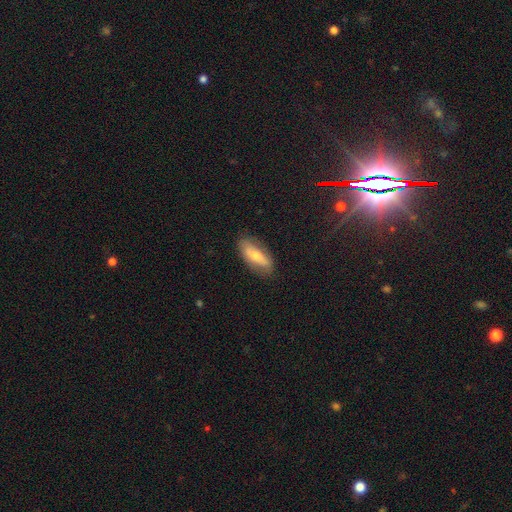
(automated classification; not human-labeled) smooth_or_featured: smooth (p=0.61) [alt: featured or disk p=0.33]
how_rounded: in between (p=0.70) [alt: cigar-shaped p=0.28]
merging: none (p=0.79) [alt: minor disturbance p=0.16]